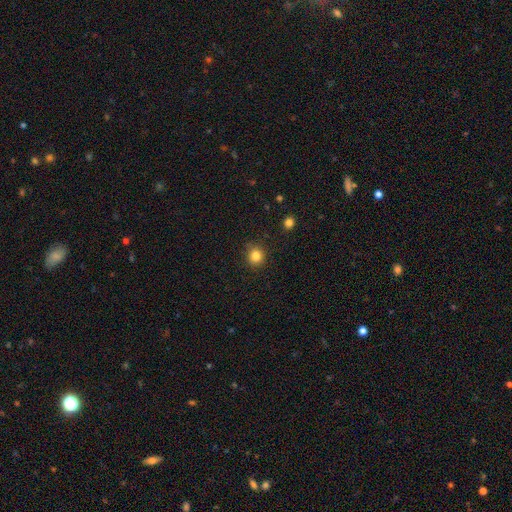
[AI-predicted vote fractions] smooth_or_featured: smooth (p=0.84) [alt: star or artifact p=0.12]
how_rounded: round (p=0.88) [alt: in between p=0.11]
merging: none (p=0.87) [alt: minor disturbance p=0.09]